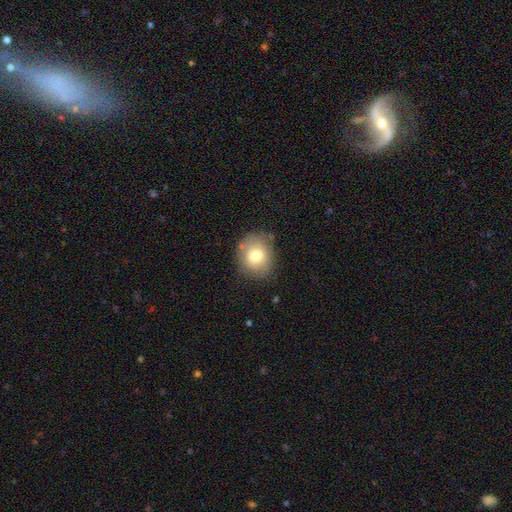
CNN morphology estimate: Overall: smooth (75%). How rounded: round (71%). Merging: none (77%).